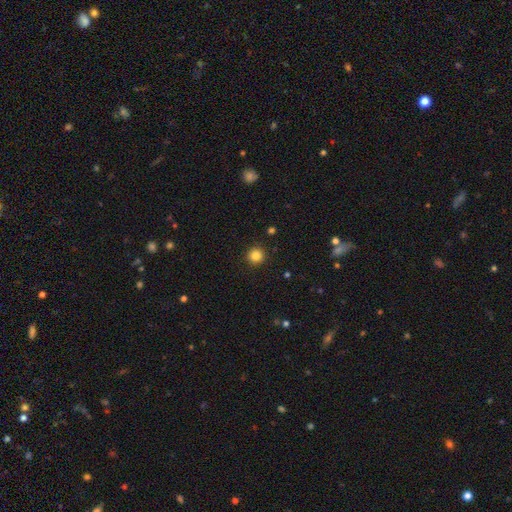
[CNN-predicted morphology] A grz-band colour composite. It shows a smooth galaxy with no disk features (84%) that is round (95%). Merging: none (93%).